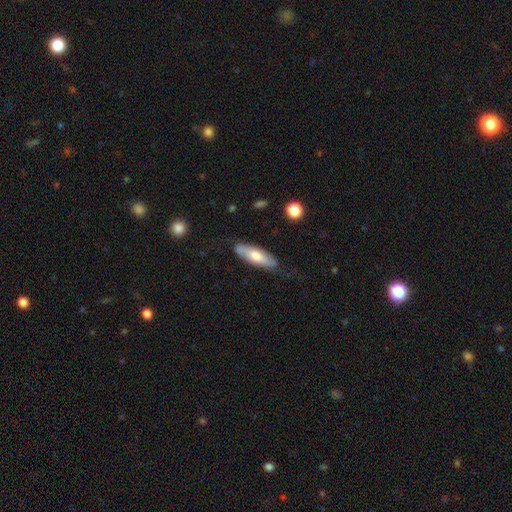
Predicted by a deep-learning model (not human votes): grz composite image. It shows a smooth galaxy with no disk features (58%) that is in between round and cigar-shaped (52%). Merging: none (72%).